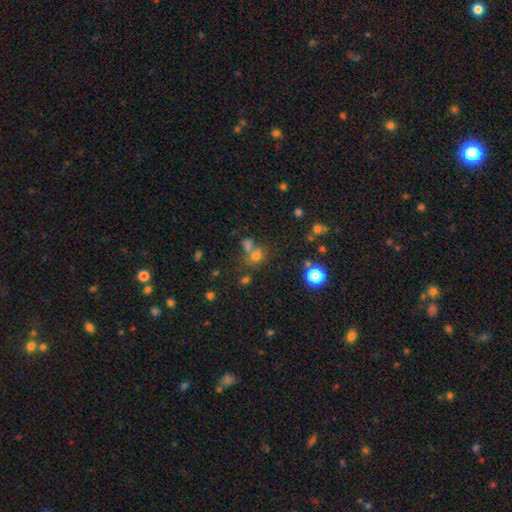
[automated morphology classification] Smooth or featured? smooth (64%)
How rounded? round (66%)
Merging? none (46%)